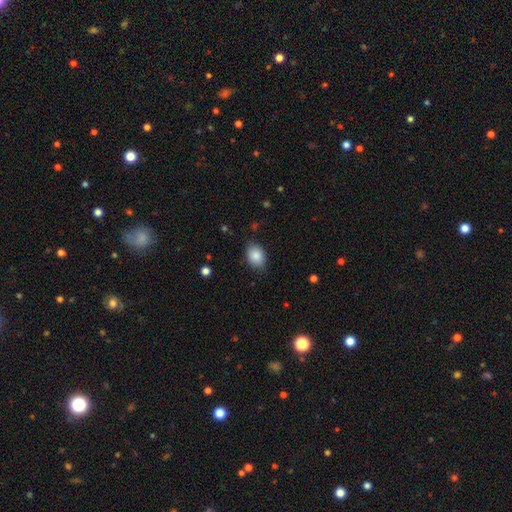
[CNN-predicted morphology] A smooth galaxy with no disk features (87%) that is in between round and cigar-shaped (69%). Merging: none (80%).